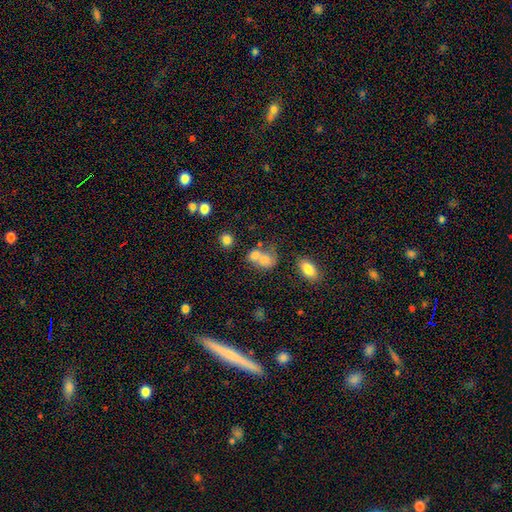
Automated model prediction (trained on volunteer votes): A smooth galaxy with no disk features (71%) that is in between round and cigar-shaped (56%).

Vote fractions:
- Smooth or featured? smooth: 71% / featured or disk: 16% / star or artifact: 13%
- How rounded? in between: 56% / round: 42% / cigar-shaped: 2%
- Merging? merger: 57% / none: 27% / minor disturbance: 10% / major disturbance: 7%